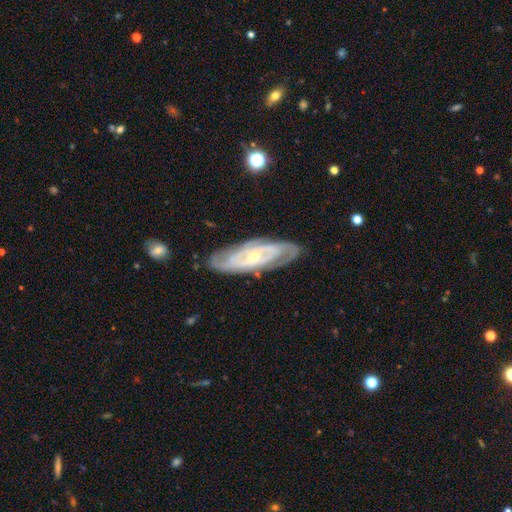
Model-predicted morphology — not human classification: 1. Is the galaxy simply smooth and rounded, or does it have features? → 86% featured or disk, 9% smooth, 5% star or artifact.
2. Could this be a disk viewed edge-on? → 87% no, 13% yes.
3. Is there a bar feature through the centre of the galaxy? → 44% no, 35% weak, 21% strong.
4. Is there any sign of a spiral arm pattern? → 94% yes, 6% no.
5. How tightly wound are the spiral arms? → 62% tight, 31% medium, 7% loose.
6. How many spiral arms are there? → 45% 2, 27% can't tell, 14% 3, 6% 4, 4% 1, 4% more than 4.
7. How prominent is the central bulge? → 65% small, 32% moderate, 1% large, 1% none, 1% dominant.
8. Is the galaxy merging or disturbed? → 81% none, 14% minor disturbance, 4% major disturbance, 1% merger.